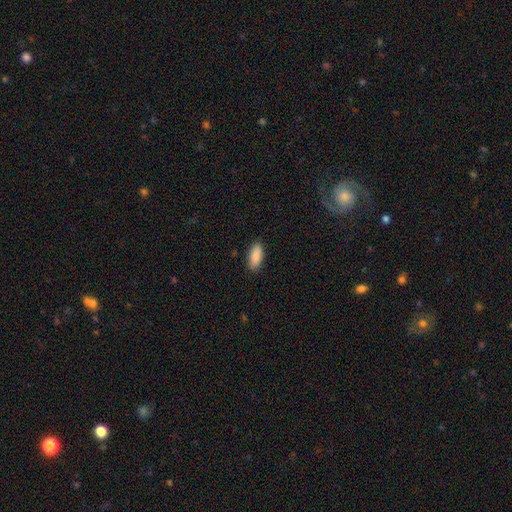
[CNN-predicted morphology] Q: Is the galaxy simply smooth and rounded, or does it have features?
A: smooth — 90%.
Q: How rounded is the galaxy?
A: in between — 86%.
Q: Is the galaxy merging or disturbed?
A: none — 88%.